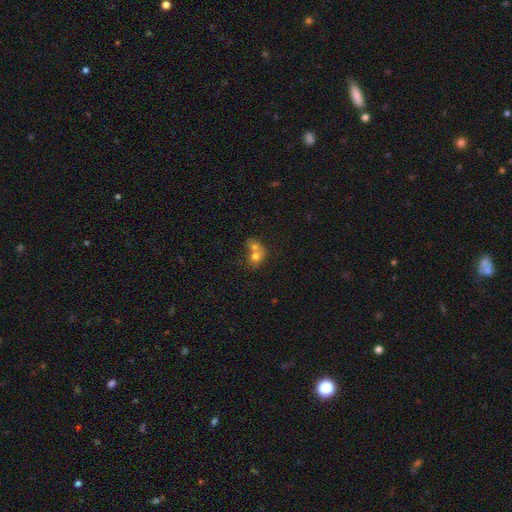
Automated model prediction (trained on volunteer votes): Smooth or featured?
  - smooth: 70% *
  - featured or disk: 19%
  - star or artifact: 11%
How rounded?
  - round: 60% *
  - in between: 39%
  - cigar-shaped: 1%
Merging?
  - merger: 69% *
  - none: 20%
  - minor disturbance: 7%
  - major disturbance: 4%